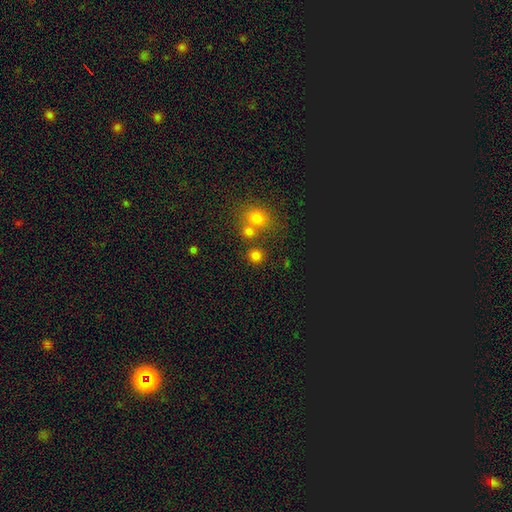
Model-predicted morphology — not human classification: A smooth galaxy with no disk features (76%) that is round (88%).

Vote fractions:
- Smooth or featured? smooth: 76% / star or artifact: 17% / featured or disk: 6%
- How rounded? round: 88% / in between: 11% / cigar-shaped: 1%
- Merging? none: 74% / merger: 15% / minor disturbance: 7% / major disturbance: 3%